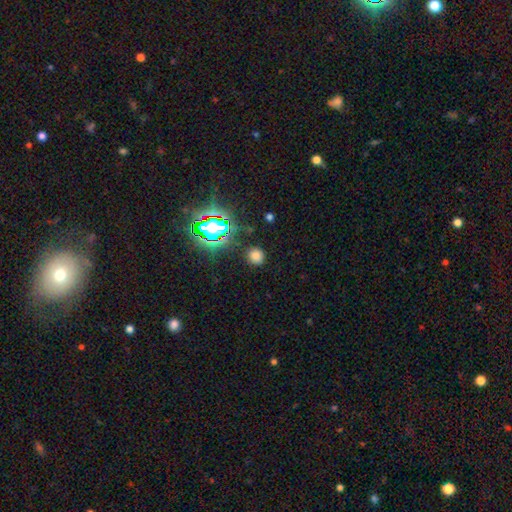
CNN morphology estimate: Q: Smooth or featured?
A: smooth (71%); runner-up: star or artifact (23%)
Q: How rounded?
A: round (87%); runner-up: in between (11%)
Q: Merging?
A: none (86%); runner-up: minor disturbance (8%)